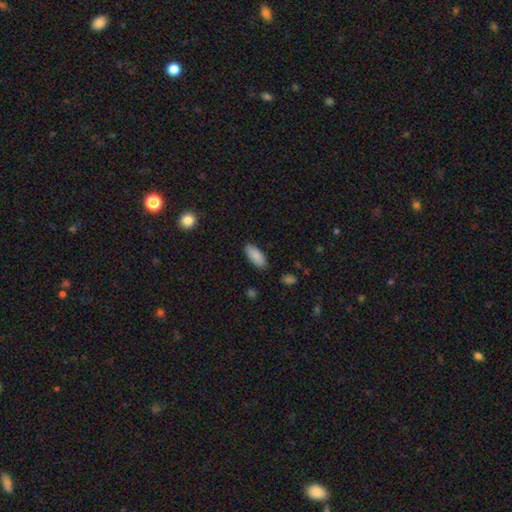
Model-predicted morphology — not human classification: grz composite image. It shows a smooth galaxy with no disk features (88%) that is in between round and cigar-shaped (84%). Merging: none (87%).